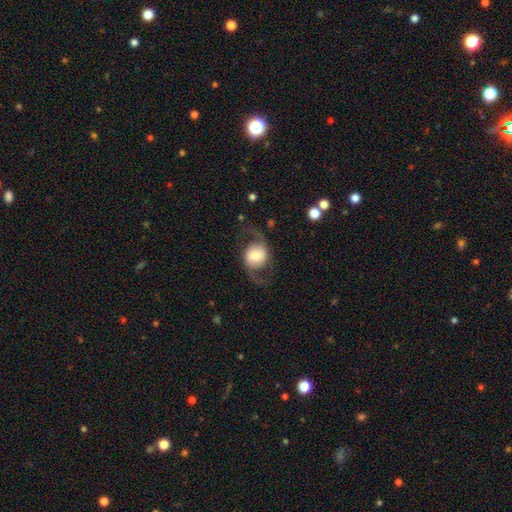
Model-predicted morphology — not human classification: The model was most divided on "bulge size": moderate: 44%, large: 23%, small: 18%, dominant: 13%, none: 2%. More confident: edge-on disk — no (96%); spiral arm count — 2 (92%); spiral arms — yes (88%); merging — none (67%); spiral winding — loose (65%); smooth or featured — featured or disk (65%); bar — no (61%).